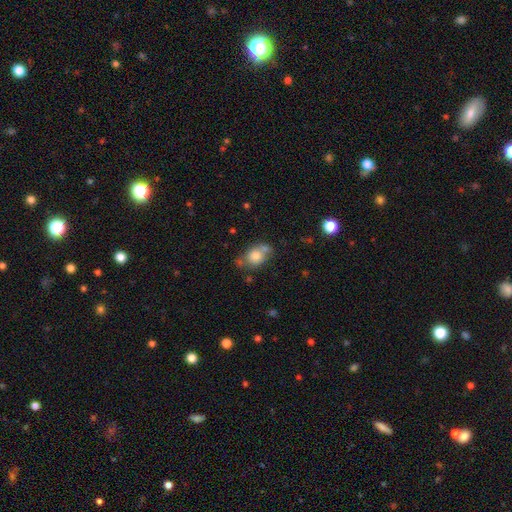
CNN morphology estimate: Smooth or featured: smooth — 73% (featured or disk — 17%)
How rounded: in between — 53% (round — 45%)
Merging: none — 51% (merger — 22%)